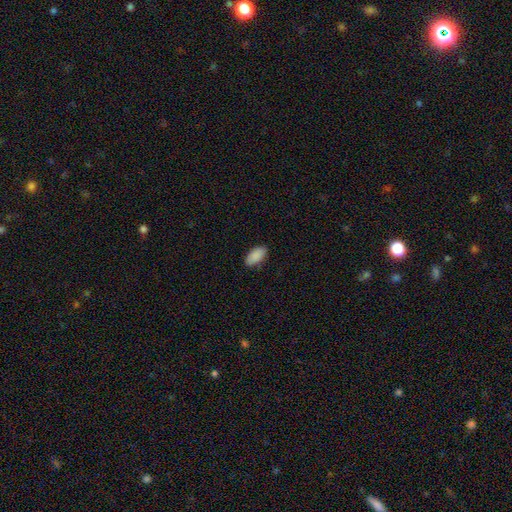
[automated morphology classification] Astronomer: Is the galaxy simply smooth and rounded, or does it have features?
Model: smooth — 90%.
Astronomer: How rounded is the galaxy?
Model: in between — 94%.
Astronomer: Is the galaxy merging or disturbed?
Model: none — 86%.